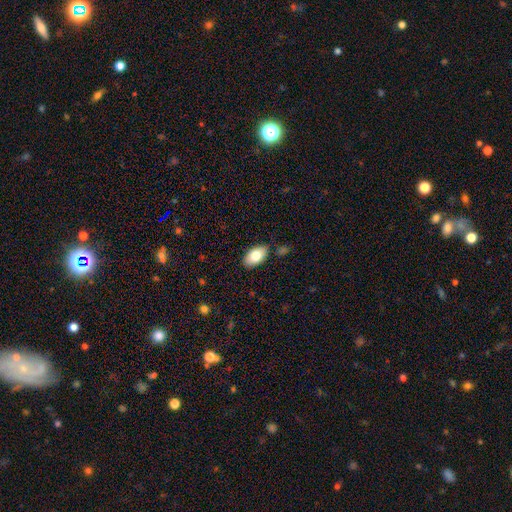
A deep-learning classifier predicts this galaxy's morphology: Smooth or featured? Predicted: smooth (p=0.79). How rounded? Predicted: in between (p=0.94). Merging? Predicted: none (p=0.85).